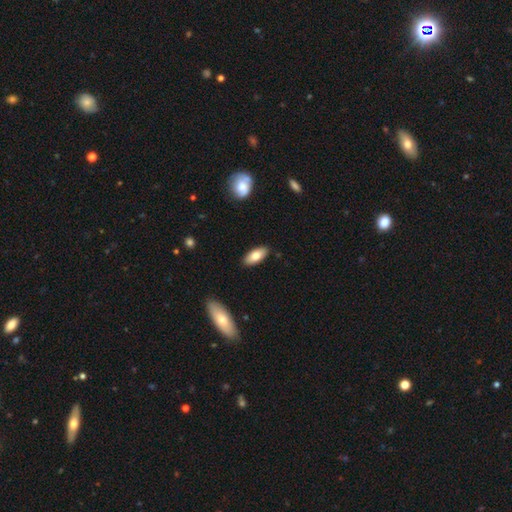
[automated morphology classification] Overall: smooth (79%). How rounded: in between (88%). Merging: none (89%).